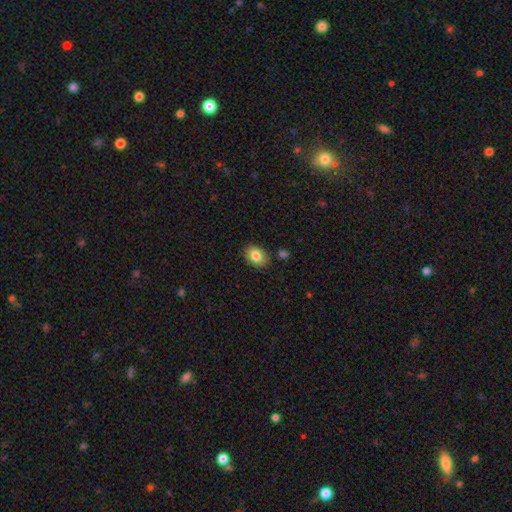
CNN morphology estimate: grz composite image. It shows a smooth galaxy with no disk features (83%) that is in between round and cigar-shaped (74%). Merging: none (84%).